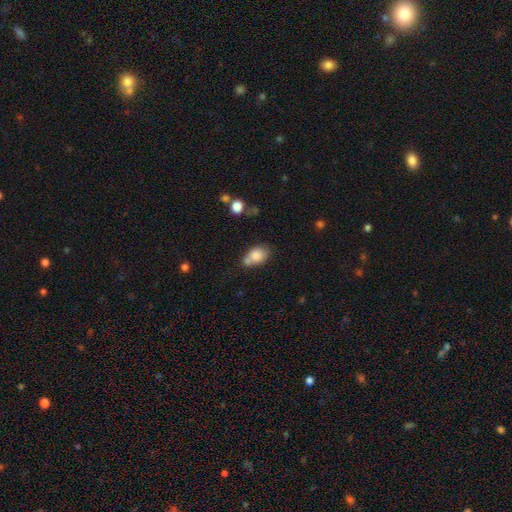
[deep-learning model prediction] The model was most divided on "merging": none: 44%, merger: 27%, minor disturbance: 22%, major disturbance: 7%. More confident: smooth or featured — smooth (81%); how rounded — in between (74%).